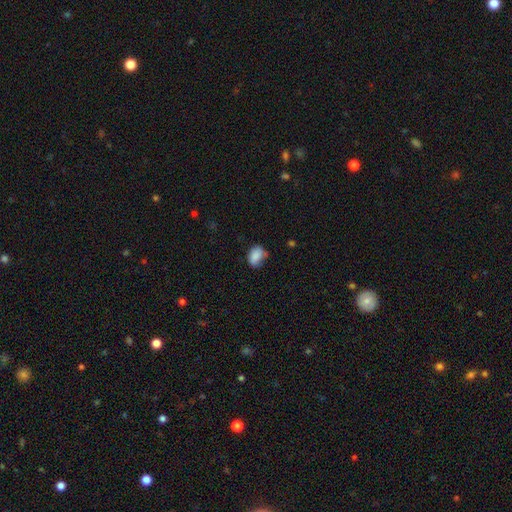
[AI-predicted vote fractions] Smooth or featured?
  - smooth: 84% *
  - star or artifact: 8%
  - featured or disk: 8%
How rounded?
  - in between: 77% *
  - round: 21%
  - cigar-shaped: 1%
Merging?
  - none: 58% *
  - minor disturbance: 31%
  - major disturbance: 7%
  - merger: 4%